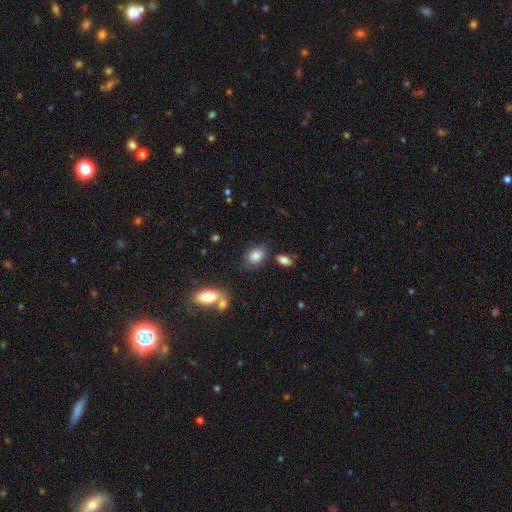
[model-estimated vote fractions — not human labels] Q: Smooth or featured?
A: smooth (85%); runner-up: star or artifact (8%)
Q: How rounded?
A: in between (81%); runner-up: round (17%)
Q: Merging?
A: none (68%); runner-up: minor disturbance (19%)